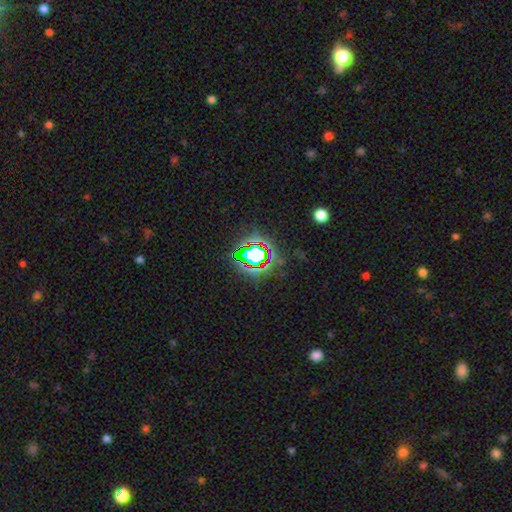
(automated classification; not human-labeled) Q: Smooth or featured?
A: star or artifact (69%); runner-up: smooth (18%)